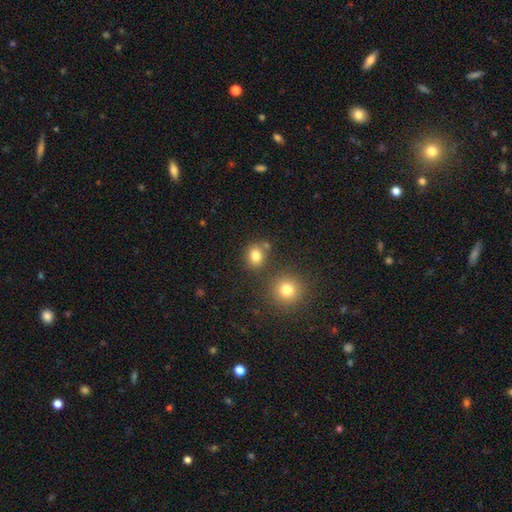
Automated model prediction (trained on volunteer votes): Smooth or featured?
  - smooth: 80% *
  - star or artifact: 13%
  - featured or disk: 6%
How rounded?
  - round: 71% *
  - in between: 28%
  - cigar-shaped: 1%
Merging?
  - none: 75% *
  - merger: 11%
  - minor disturbance: 10%
  - major disturbance: 4%